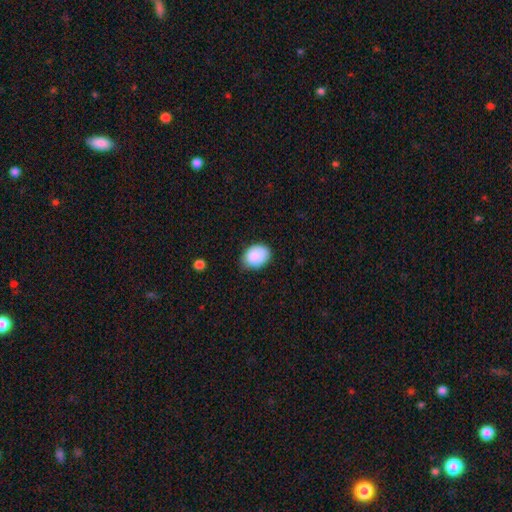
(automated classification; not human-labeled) This is clearly a smooth galaxy (89%). How rounded: likely in between (72%). Merging: likely none (73%).